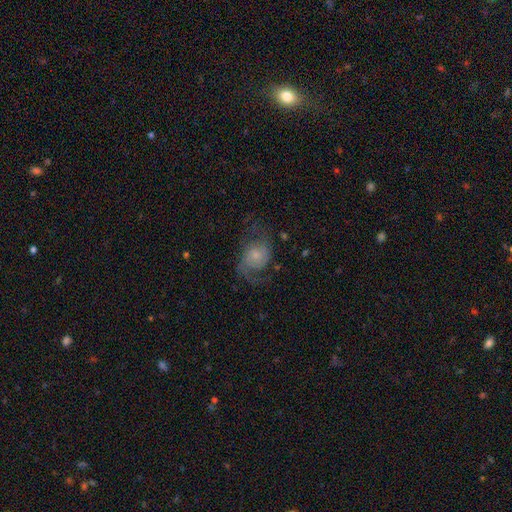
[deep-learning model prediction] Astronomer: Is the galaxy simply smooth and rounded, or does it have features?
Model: featured or disk — 76%.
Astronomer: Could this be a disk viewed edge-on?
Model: no — 98%.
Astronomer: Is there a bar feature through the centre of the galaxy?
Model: no — 71%.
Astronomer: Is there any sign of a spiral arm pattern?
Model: yes — 93%.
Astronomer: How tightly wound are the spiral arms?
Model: loose — 47% (runner-up: medium, 42%).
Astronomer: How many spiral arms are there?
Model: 2 — 85%.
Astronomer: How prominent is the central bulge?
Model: small — 62%.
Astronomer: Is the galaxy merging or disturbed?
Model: none — 60%.